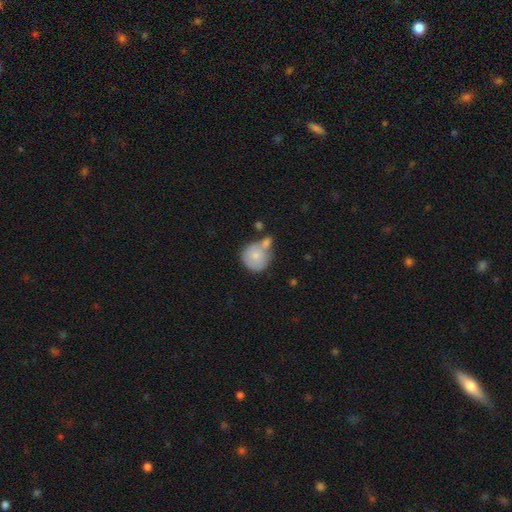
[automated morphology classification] Q: Smooth or featured?
A: smooth (74%); runner-up: featured or disk (18%)
Q: How rounded?
A: round (89%); runner-up: in between (10%)
Q: Merging?
A: none (41%); runner-up: merger (36%)